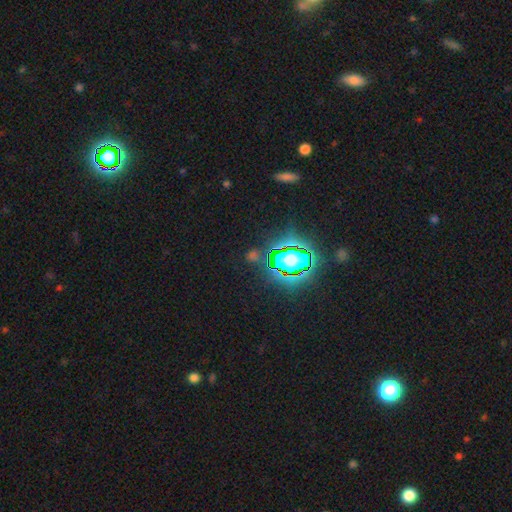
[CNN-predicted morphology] This appears to be a star or artifact, not a galaxy (74%).